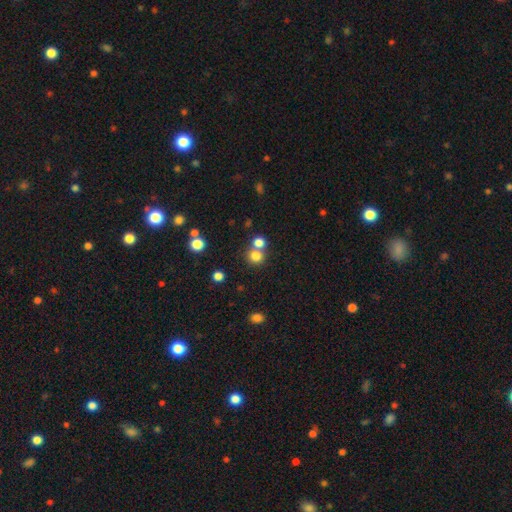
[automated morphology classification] Overall: smooth (78%). How rounded: round (88%). Merging: none (58%; merger 33%).